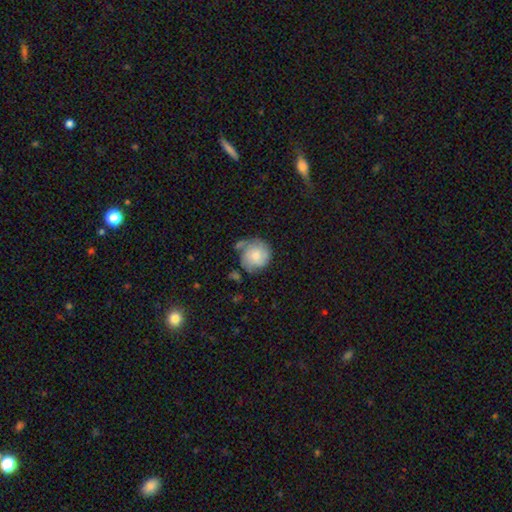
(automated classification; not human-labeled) Morphology: type=smooth (55%); roundness=round (88%); merging=none (53%).